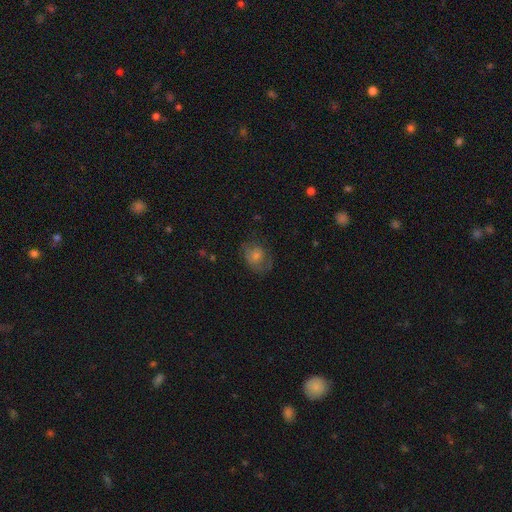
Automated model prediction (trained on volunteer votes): Smooth or featured? smooth (57%)
How rounded? round (52%)
Merging? none (59%)